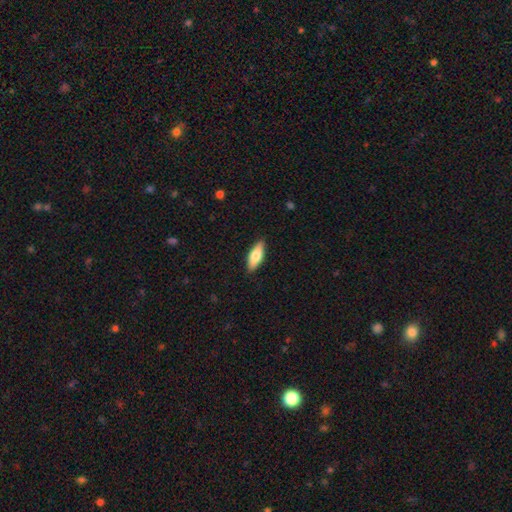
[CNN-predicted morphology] type=smooth (75%); roundness=in between (68%); merging=none (88%).